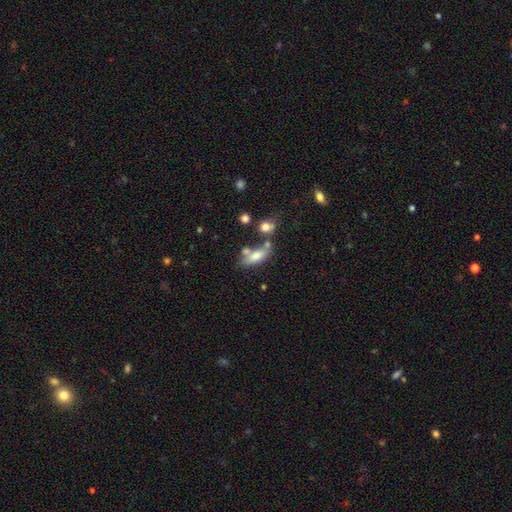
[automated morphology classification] Smooth or featured? smooth (70%)
How rounded? in between (71%)
Merging? none (51%)